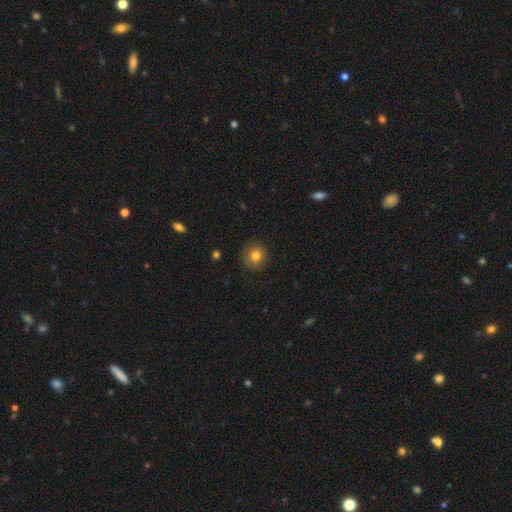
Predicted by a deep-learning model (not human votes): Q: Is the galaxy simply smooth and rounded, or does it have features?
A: smooth — 80%.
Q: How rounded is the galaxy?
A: round — 91%.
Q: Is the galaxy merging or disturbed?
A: none — 89%.